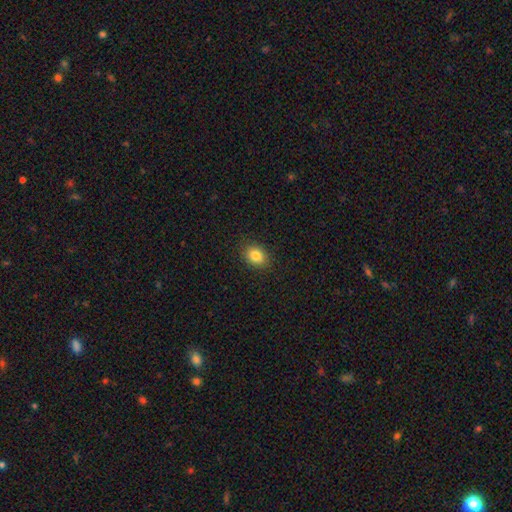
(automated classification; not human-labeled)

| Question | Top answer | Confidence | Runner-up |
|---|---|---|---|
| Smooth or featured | smooth | 84% | star or artifact (10%) |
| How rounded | in between | 55% | round (44%) |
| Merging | none | 89% | minor disturbance (8%) |